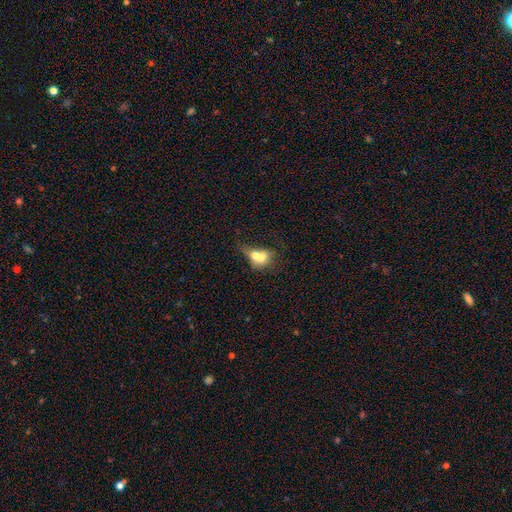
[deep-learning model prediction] Morphology: type=smooth (63%); roundness=in between (60%); merging=merger (64%).